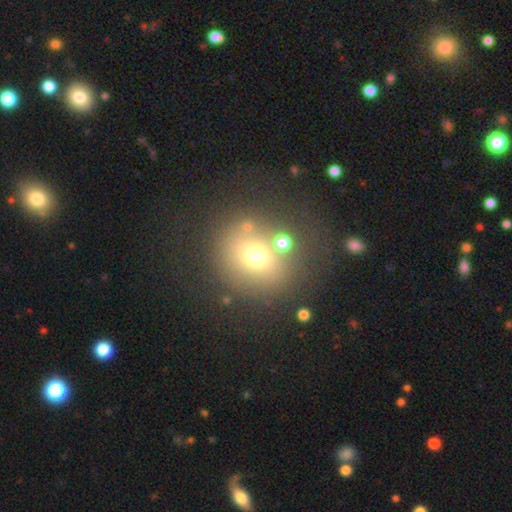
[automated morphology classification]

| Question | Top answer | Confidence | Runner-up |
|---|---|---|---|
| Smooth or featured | smooth | 65% | star or artifact (19%) |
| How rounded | round | 81% | in between (18%) |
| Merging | none | 69% | minor disturbance (12%) |